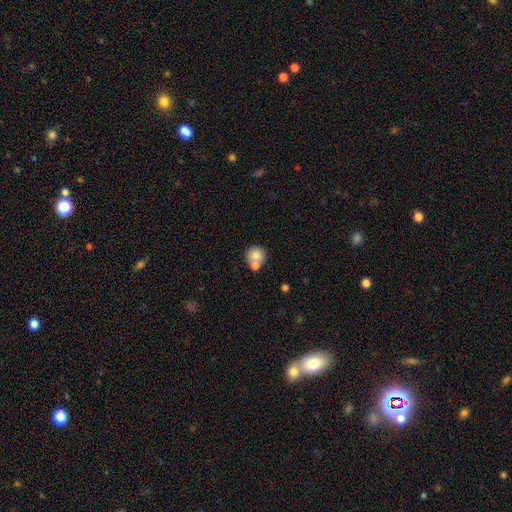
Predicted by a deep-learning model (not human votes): This appears to be a smooth galaxy with no disk features (78%) that is round (88%). Merging: none (53%).